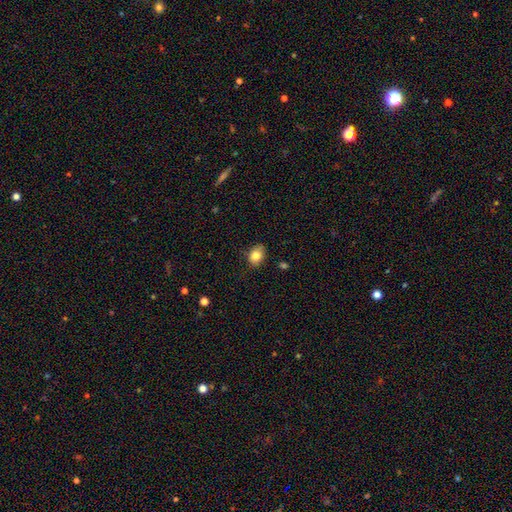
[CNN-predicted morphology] A smooth galaxy with no disk features (83%) that is in between round and cigar-shaped (69%).

Vote fractions:
- Smooth or featured? smooth: 83% / star or artifact: 9% / featured or disk: 8%
- How rounded? in between: 69% / round: 30% / cigar-shaped: 1%
- Merging? none: 79% / minor disturbance: 16% / major disturbance: 3% / merger: 1%